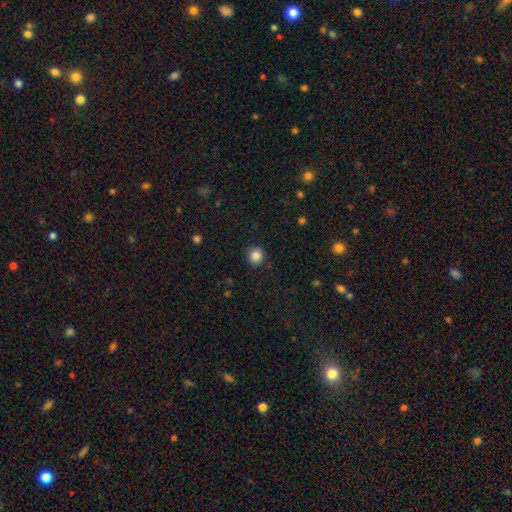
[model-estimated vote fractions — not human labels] This appears to be a smooth galaxy with no disk features (86%) that is round (93%). Merging: none (90%).